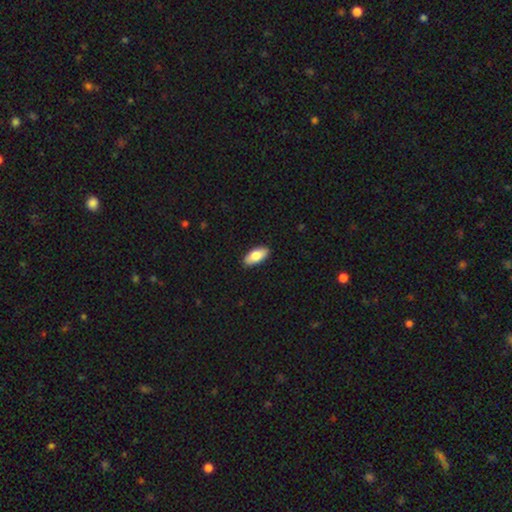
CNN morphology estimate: smooth-or-featured: smooth: 80% | featured or disk: 15% | star or artifact: 6%
  how-rounded: in between: 88% | cigar-shaped: 9% | round: 2%
  merging: none: 90% | minor disturbance: 7% | major disturbance: 2% | merger: 1%